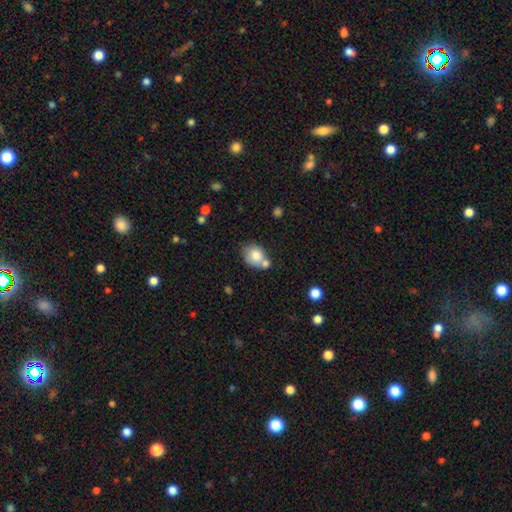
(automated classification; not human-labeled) smooth_or_featured: smooth (p=0.77) [alt: featured or disk p=0.15]
how_rounded: in between (p=0.52) [alt: round p=0.47]
merging: none (p=0.44) [alt: merger p=0.34]